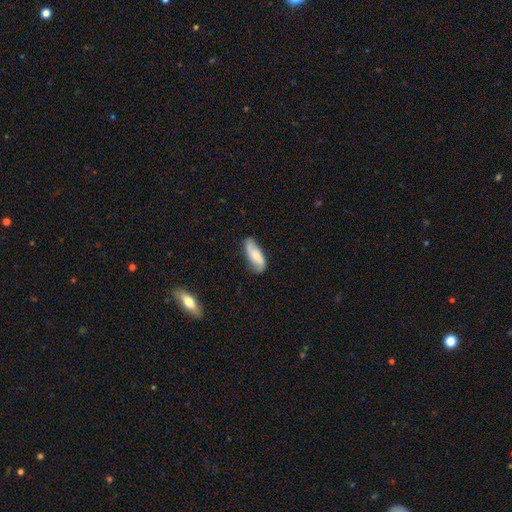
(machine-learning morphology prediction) A smooth galaxy with no disk features (51%) that is in between round and cigar-shaped (72%). Merging: none (73%).